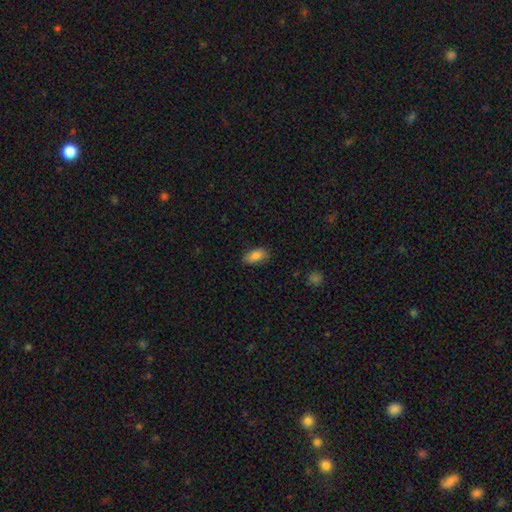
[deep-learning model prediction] Q: Smooth or featured?
A: smooth (83%); runner-up: featured or disk (10%)
Q: How rounded?
A: in between (92%); runner-up: cigar-shaped (4%)
Q: Merging?
A: none (79%); runner-up: minor disturbance (17%)